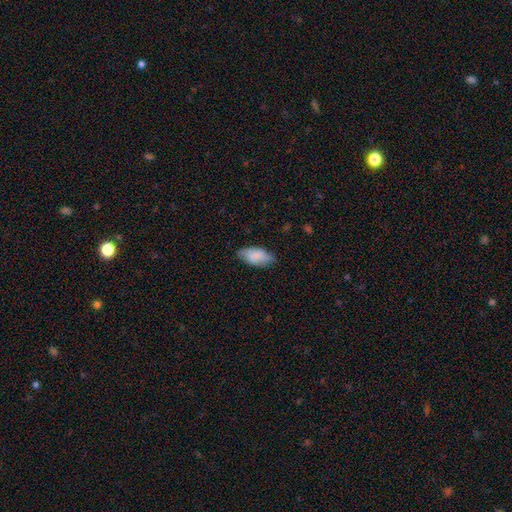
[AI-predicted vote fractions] smooth-or-featured: smooth: 80% | featured or disk: 13% | star or artifact: 7%
  how-rounded: in between: 92% | cigar-shaped: 6% | round: 2%
  merging: none: 71% | minor disturbance: 23% | major disturbance: 4% | merger: 1%